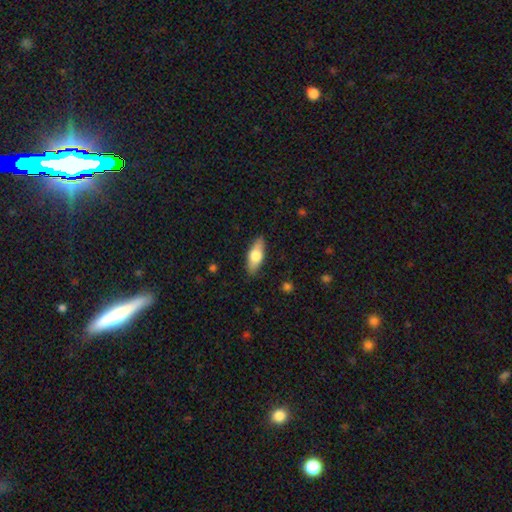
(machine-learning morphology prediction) smooth 64%, featured or disk 30%, star or artifact 6%. Down the decision tree: how rounded — in between (72%); merging — none (87%).